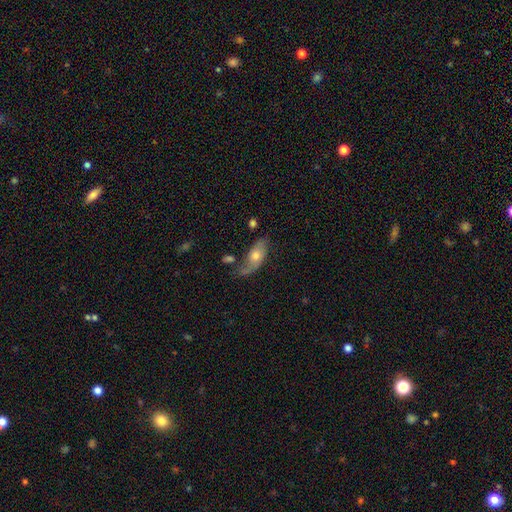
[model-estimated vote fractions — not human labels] A featured or disk galaxy (52%).

Vote fractions:
- Smooth or featured? featured or disk: 52% / smooth: 41% / star or artifact: 7%
- Edge-on disk? no: 82% / yes: 18%
- Merging? none: 48% / minor disturbance: 26% / major disturbance: 16% / merger: 9%